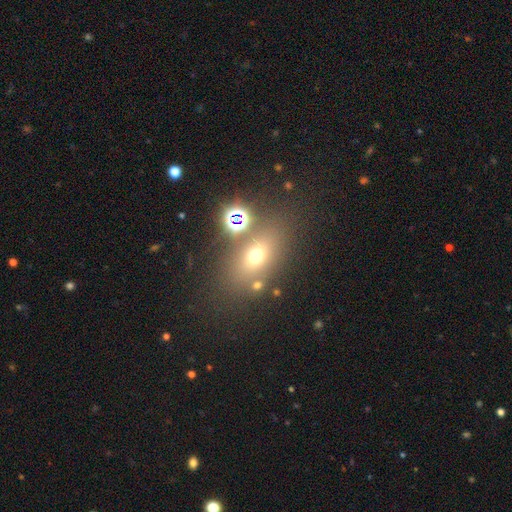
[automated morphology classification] Q: Smooth or featured?
A: smooth (60%); runner-up: star or artifact (23%)
Q: How rounded?
A: in between (68%); runner-up: round (27%)
Q: Merging?
A: none (72%); runner-up: minor disturbance (12%)